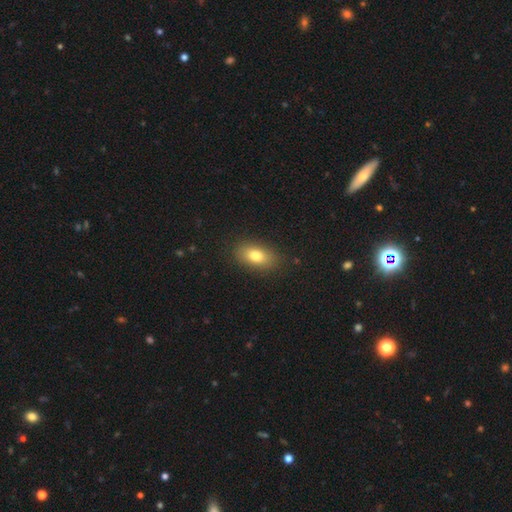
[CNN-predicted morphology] This appears to be a smooth galaxy with no disk features (79%) that is in between round and cigar-shaped (87%). Merging: none (86%).